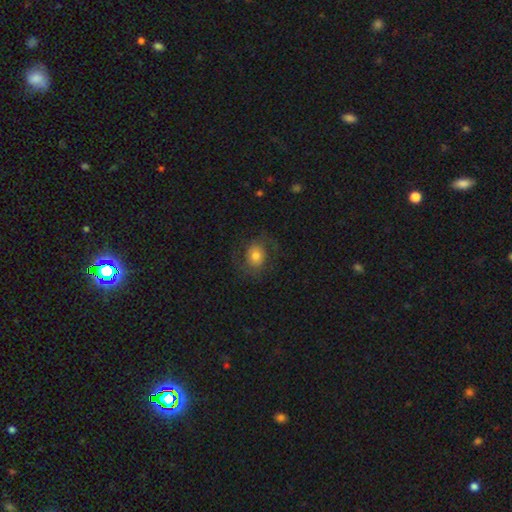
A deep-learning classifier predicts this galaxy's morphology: A smooth galaxy with no disk features (61%) that is round (59%). Merging: none (68%).